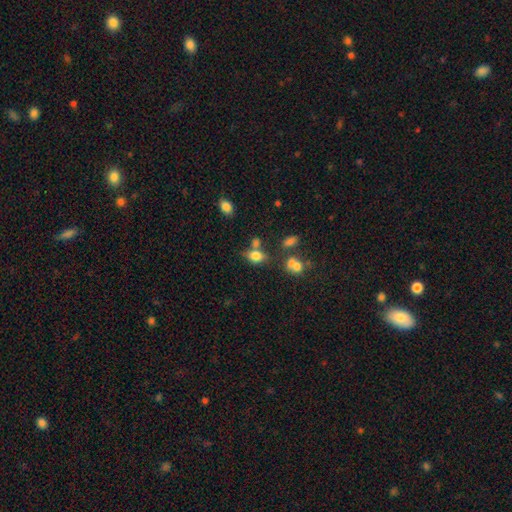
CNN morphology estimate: smooth 77%, star or artifact 12%, featured or disk 11%. Down the decision tree: how rounded — in between (74%); merging — none (52%).